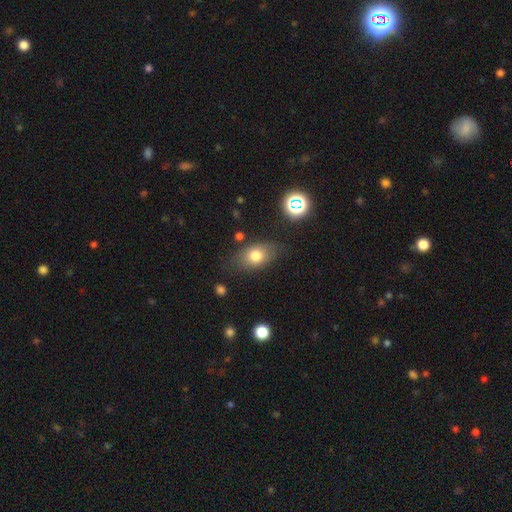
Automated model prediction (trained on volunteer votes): smooth_or_featured: smooth (p=0.76) [alt: featured or disk p=0.14]
how_rounded: in between (p=0.80) [alt: round p=0.18]
merging: none (p=0.74) [alt: minor disturbance p=0.18]